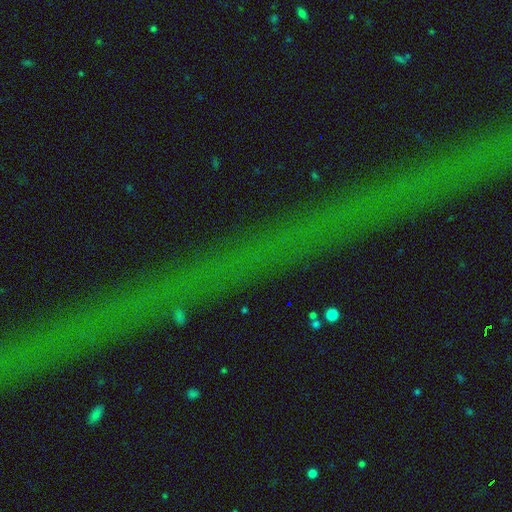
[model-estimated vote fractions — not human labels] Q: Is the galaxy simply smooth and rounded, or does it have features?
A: star or artifact — 75%.